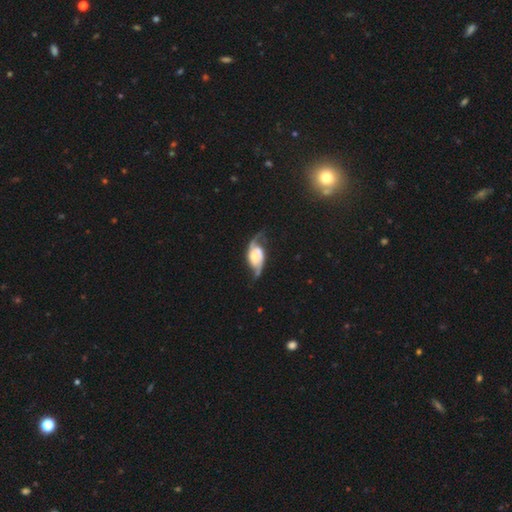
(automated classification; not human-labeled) Smooth or featured?
  - featured or disk: 85% *
  - smooth: 10%
  - star or artifact: 5%
Edge-on disk?
  - no: 95% *
  - yes: 5%
Bar?
  - no: 59% *
  - weak: 29%
  - strong: 12%
Spiral arms?
  - yes: 96% *
  - no: 4%
Spiral winding?
  - loose: 51% *
  - medium: 36%
  - tight: 13%
Spiral arm count?
  - 2: 92% *
  - can't tell: 3%
  - 1: 2%
  - 3: 1%
  - 4: 1%
  - more than 4: 1%
Bulge size?
  - small: 29% *
  - moderate: 27%
  - large: 22%
  - none: 16%
  - dominant: 6%
Merging?
  - none: 62% *
  - minor disturbance: 21%
  - major disturbance: 14%
  - merger: 3%